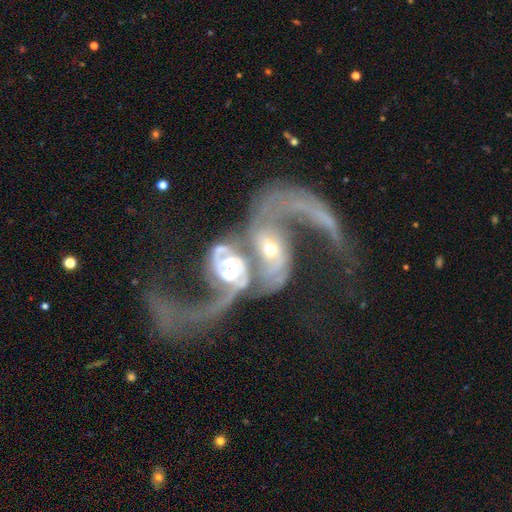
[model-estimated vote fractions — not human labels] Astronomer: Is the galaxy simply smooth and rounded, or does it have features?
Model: featured or disk — 90%.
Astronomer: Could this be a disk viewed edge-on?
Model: no — 97%.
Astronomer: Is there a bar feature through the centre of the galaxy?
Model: weak — 36% (runner-up: no, 34%).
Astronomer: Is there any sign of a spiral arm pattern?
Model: yes — 95%.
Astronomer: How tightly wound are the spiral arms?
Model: loose — 70%.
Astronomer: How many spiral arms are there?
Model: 2 — 90%.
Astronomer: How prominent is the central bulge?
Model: moderate — 45% (runner-up: small, 43%).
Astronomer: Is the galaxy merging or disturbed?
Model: merger — 52%.